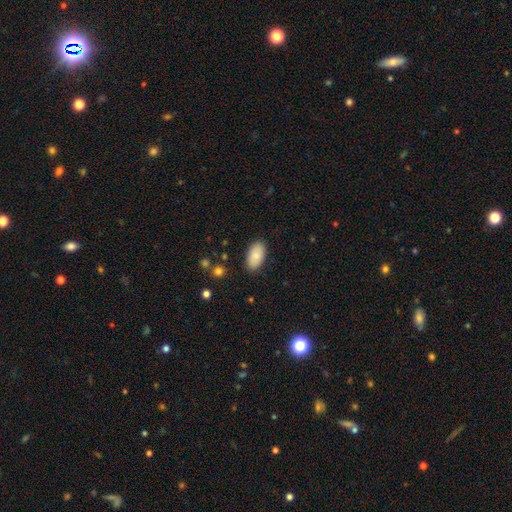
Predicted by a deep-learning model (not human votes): This is clearly a smooth galaxy (83%). How rounded: clearly in between (95%). Merging: clearly none (87%).